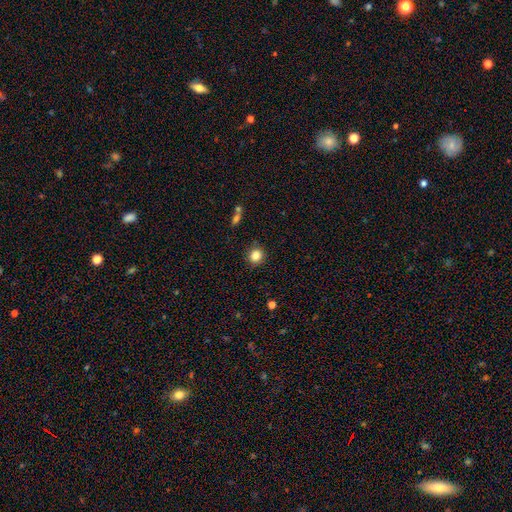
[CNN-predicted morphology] smooth 83%, star or artifact 11%, featured or disk 6%. Down the decision tree: how rounded — round (89%); merging — none (89%).